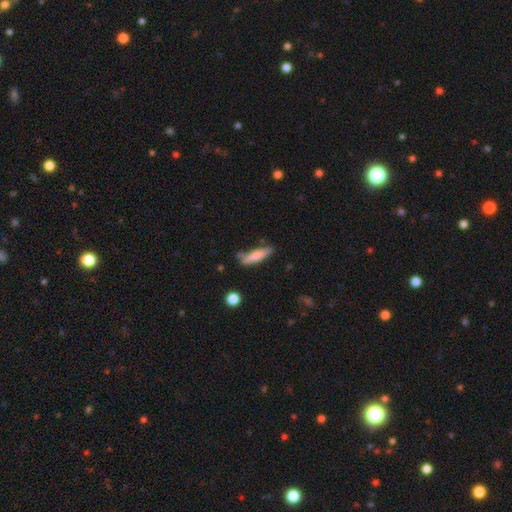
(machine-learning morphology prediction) Smooth or featured: smooth — 74% (featured or disk — 20%)
How rounded: cigar-shaped — 76% (in between — 23%)
Merging: none — 68% (minor disturbance — 21%)